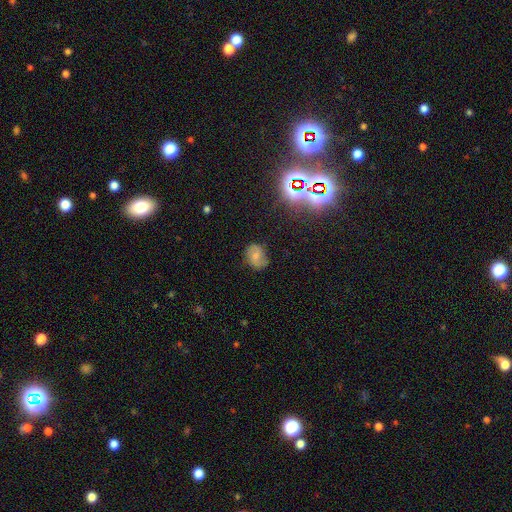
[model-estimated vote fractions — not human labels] The model was most divided on "how rounded": in between: 61%, round: 37%, cigar-shaped: 1%. More confident: merging — none (69%); smooth or featured — smooth (59%).